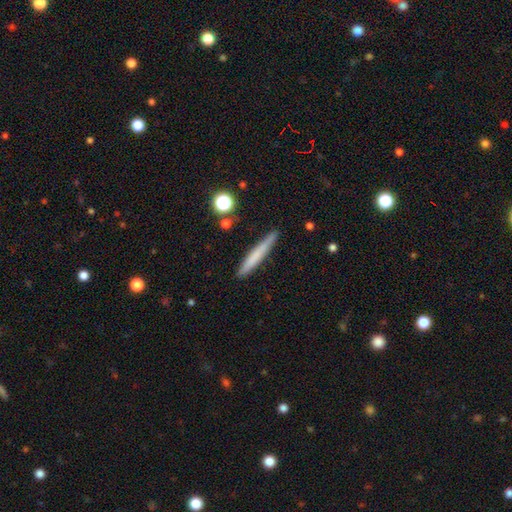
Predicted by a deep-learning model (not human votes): A smooth galaxy with no disk features (66%) that is cigar-shaped (96%).

Vote fractions:
- Smooth or featured? smooth: 66% / featured or disk: 27% / star or artifact: 7%
- How rounded? cigar-shaped: 96% / in between: 3% / round: 1%
- Merging? none: 88% / minor disturbance: 9% / major disturbance: 2% / merger: 2%